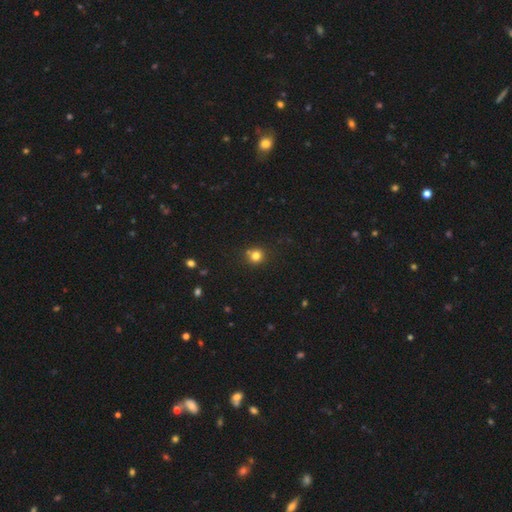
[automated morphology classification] Smooth or featured?
  - smooth: 79% *
  - star or artifact: 15%
  - featured or disk: 6%
How rounded?
  - round: 89% *
  - in between: 10%
  - cigar-shaped: 1%
Merging?
  - none: 74% *
  - merger: 12%
  - minor disturbance: 11%
  - major disturbance: 3%